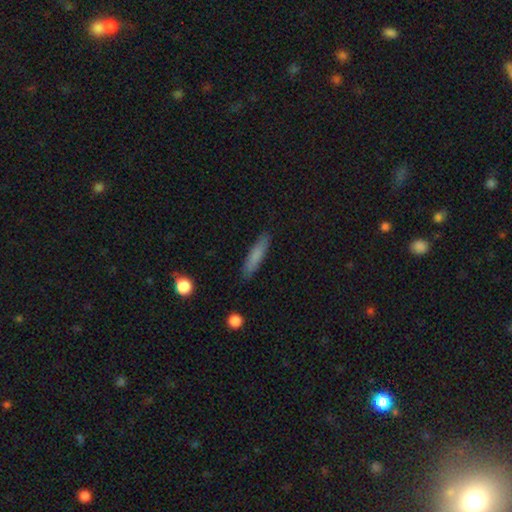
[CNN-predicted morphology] This is likely a smooth galaxy (77%). How rounded: clearly cigar-shaped (85%). Merging: clearly none (86%).